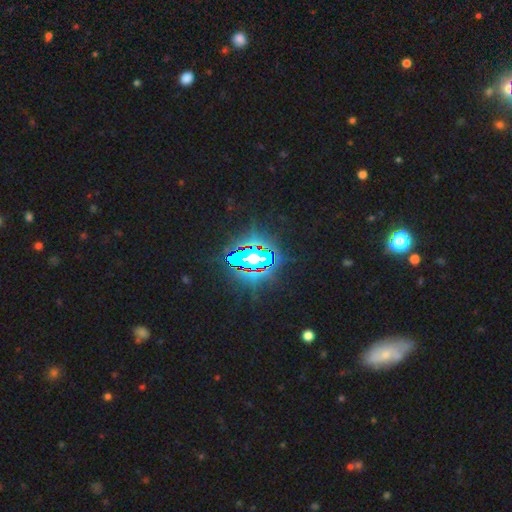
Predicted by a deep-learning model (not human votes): Morphology: type=star or artifact (81%).